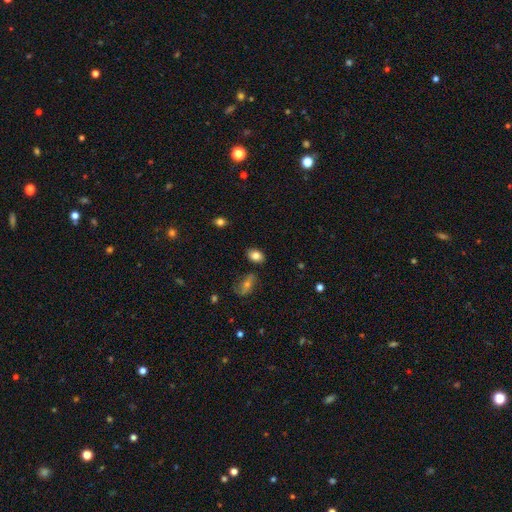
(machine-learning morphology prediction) The model was most divided on "how rounded": in between: 78%, round: 20%, cigar-shaped: 2%. More confident: merging — none (81%); smooth or featured — smooth (81%).